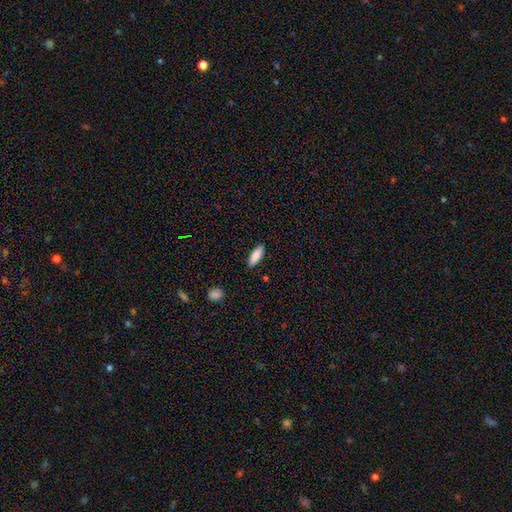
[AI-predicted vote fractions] smooth-or-featured: smooth: 85% | featured or disk: 9% | star or artifact: 6%
  how-rounded: in between: 57% | cigar-shaped: 41% | round: 2%
  merging: none: 88% | minor disturbance: 9% | major disturbance: 2% | merger: 1%